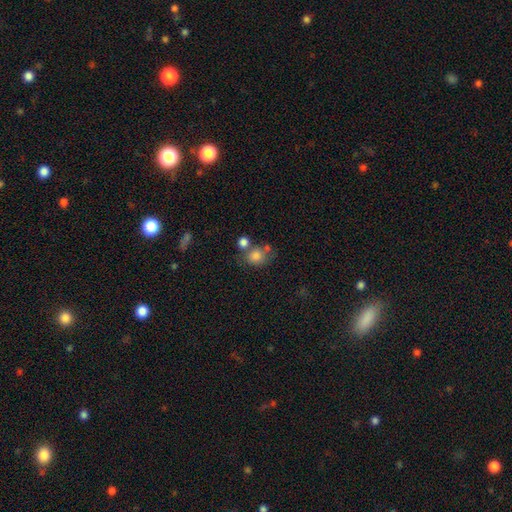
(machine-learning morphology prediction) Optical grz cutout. It shows a smooth galaxy with no disk features (80%) that is round (64%). Merging: none (49%).